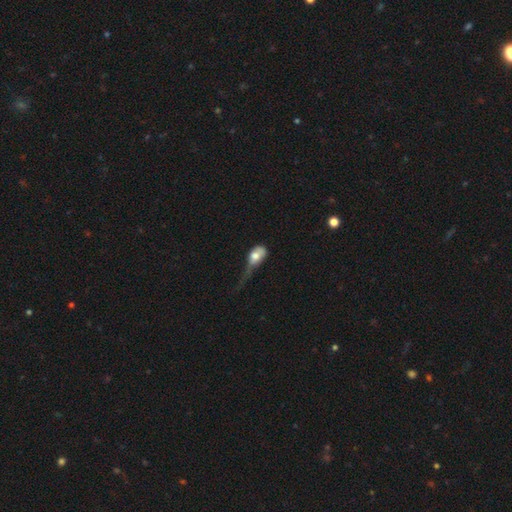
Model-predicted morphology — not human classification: smooth 68%, featured or disk 24%, star or artifact 8%. Down the decision tree: how rounded — in between (78%); merging — major disturbance (58%).